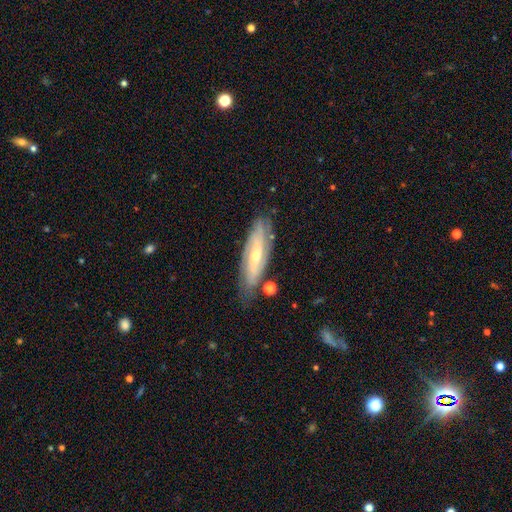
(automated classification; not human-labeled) Smooth or featured?
  - featured or disk: 67% *
  - smooth: 26%
  - star or artifact: 7%
Edge-on disk?
  - no: 66% *
  - yes: 34%
Merging?
  - none: 74% *
  - minor disturbance: 18%
  - major disturbance: 5%
  - merger: 3%